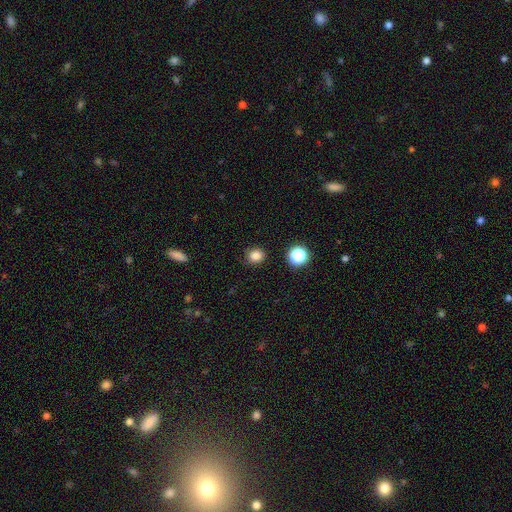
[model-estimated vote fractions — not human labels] Smooth or featured?
  - smooth: 83% *
  - star or artifact: 13%
  - featured or disk: 4%
How rounded?
  - round: 81% *
  - in between: 18%
  - cigar-shaped: 1%
Merging?
  - none: 88% *
  - minor disturbance: 8%
  - major disturbance: 2%
  - merger: 2%